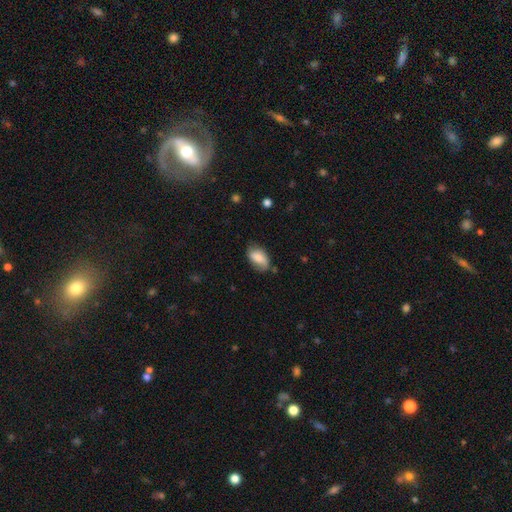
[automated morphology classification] smooth 72%, featured or disk 21%, star or artifact 7%. Down the decision tree: how rounded — in between (91%); merging — none (63%).